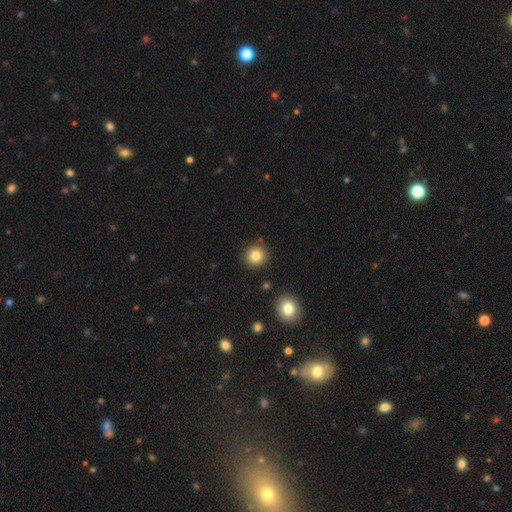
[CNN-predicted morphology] smooth-or-featured: smooth: 84% | star or artifact: 10% | featured or disk: 6%
  how-rounded: round: 91% | in between: 8% | cigar-shaped: 1%
  merging: none: 88% | minor disturbance: 7% | merger: 3% | major disturbance: 2%